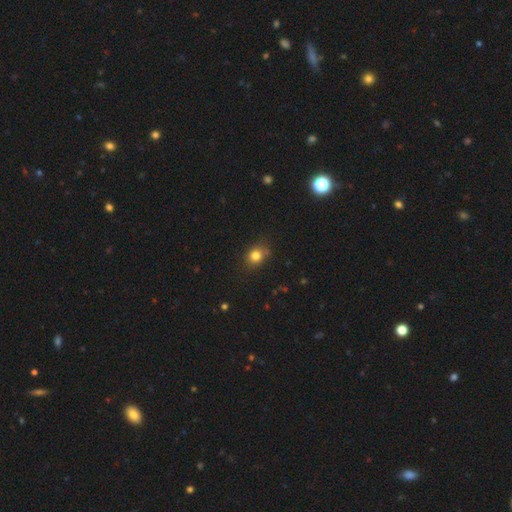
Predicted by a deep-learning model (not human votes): Smooth or featured?
  - smooth: 81% *
  - star or artifact: 12%
  - featured or disk: 7%
How rounded?
  - round: 61% *
  - in between: 38%
  - cigar-shaped: 1%
Merging?
  - none: 77% *
  - minor disturbance: 15%
  - merger: 4%
  - major disturbance: 4%